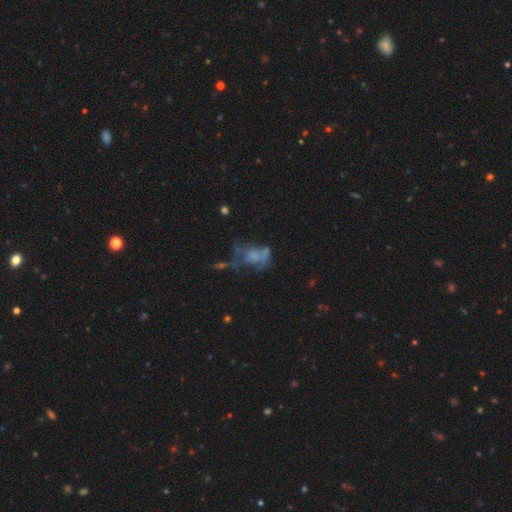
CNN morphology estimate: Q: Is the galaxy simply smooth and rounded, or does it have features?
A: featured or disk — 51%.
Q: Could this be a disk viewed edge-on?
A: no — 97%.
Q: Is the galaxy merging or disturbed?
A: major disturbance — 39%.